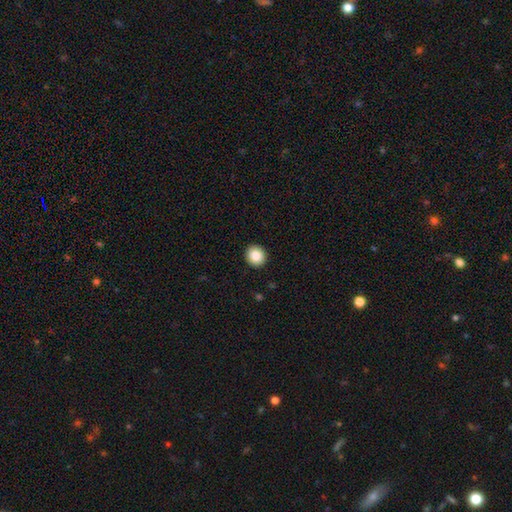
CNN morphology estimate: smooth 87%, star or artifact 9%, featured or disk 5%. Down the decision tree: how rounded — round (88%); merging — none (93%).